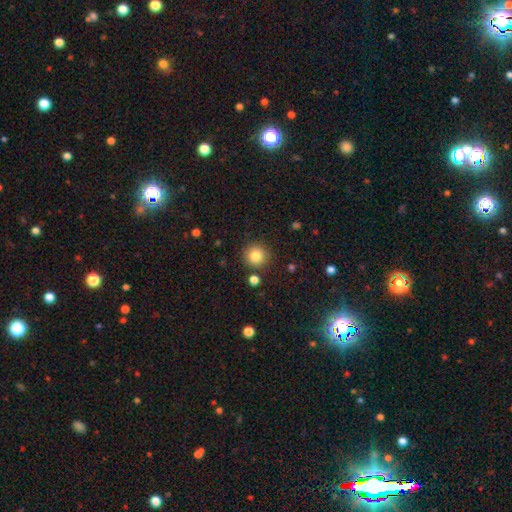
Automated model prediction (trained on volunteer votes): A smooth galaxy with no disk features (83%) that is round (95%). Merging: none (88%).